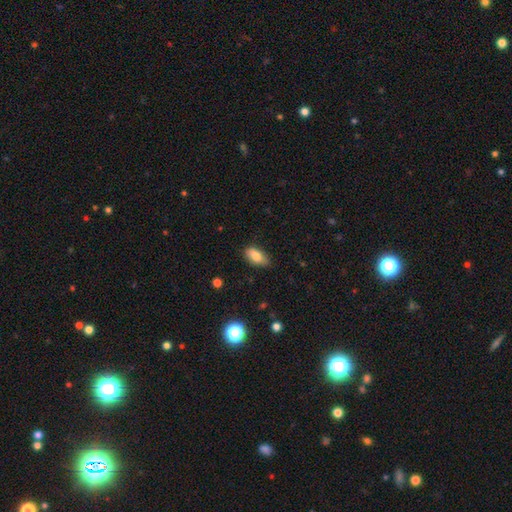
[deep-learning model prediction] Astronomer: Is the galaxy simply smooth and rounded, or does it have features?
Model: smooth — 81%.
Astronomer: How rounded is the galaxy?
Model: in between — 88%.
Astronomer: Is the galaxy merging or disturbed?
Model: none — 79%.